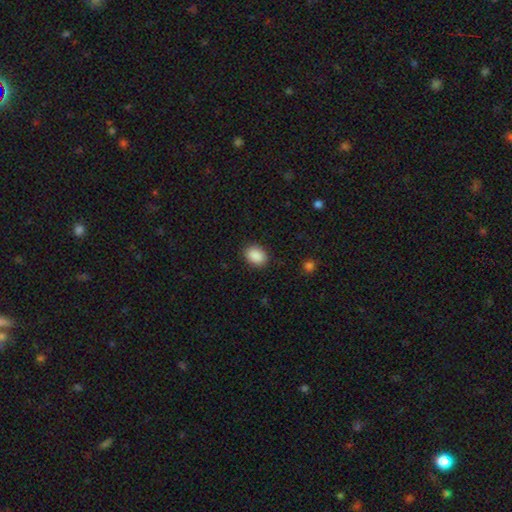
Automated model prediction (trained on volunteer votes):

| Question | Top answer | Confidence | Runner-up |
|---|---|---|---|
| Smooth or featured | smooth | 90% | star or artifact (8%) |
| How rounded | in between | 71% | round (28%) |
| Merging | none | 88% | minor disturbance (8%) |